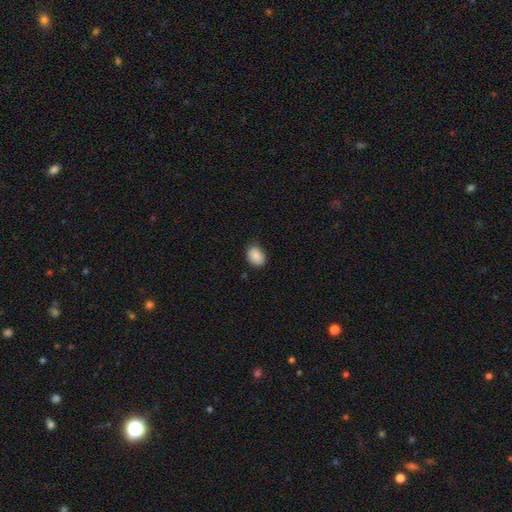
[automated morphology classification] This is clearly a smooth galaxy (88%). How rounded: likely in between (67%). Merging: clearly none (80%).